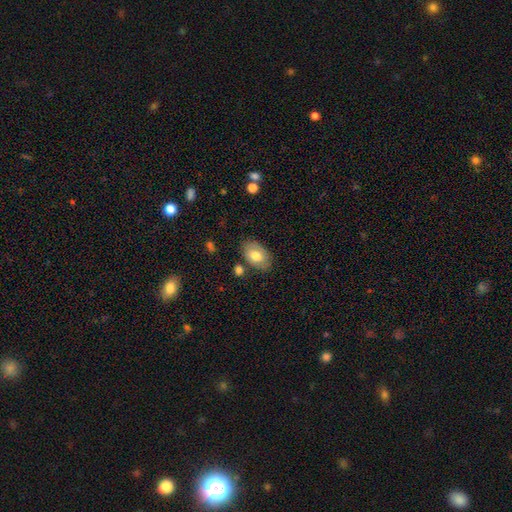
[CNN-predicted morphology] type=smooth (74%); roundness=in between (87%); merging=none (77%).